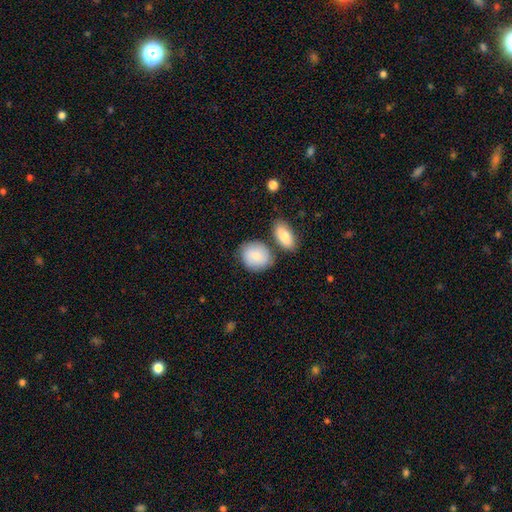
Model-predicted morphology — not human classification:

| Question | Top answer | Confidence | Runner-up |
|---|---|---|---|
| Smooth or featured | smooth | 82% | featured or disk (12%) |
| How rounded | round | 55% | in between (44%) |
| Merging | none | 65% | merger (16%) |